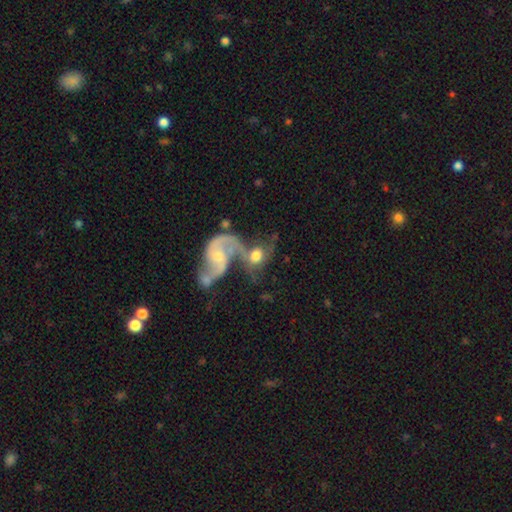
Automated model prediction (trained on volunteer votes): Smooth or featured?
  - featured or disk: 58% *
  - smooth: 33%
  - star or artifact: 10%
Edge-on disk?
  - no: 96% *
  - yes: 4%
Bar?
  - no: 60% *
  - weak: 32%
  - strong: 8%
Spiral arms?
  - yes: 80% *
  - no: 20%
Bulge size?
  - moderate: 39% *
  - small: 37%
  - large: 14%
  - none: 8%
  - dominant: 3%
Merging?
  - merger: 64% *
  - none: 16%
  - major disturbance: 11%
  - minor disturbance: 8%